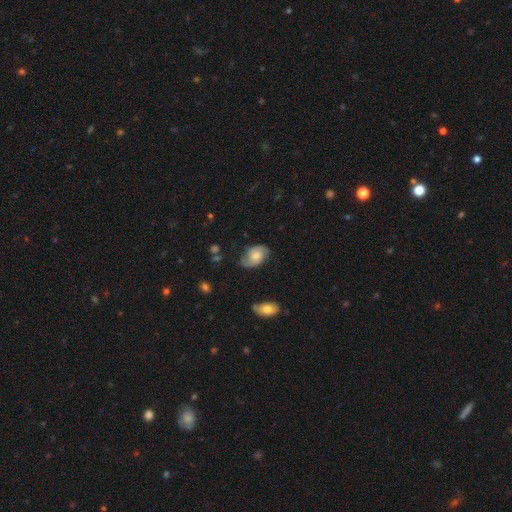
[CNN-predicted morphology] Smooth or featured? featured or disk (51%)
Edge-on disk? no (96%)
Merging? none (66%)